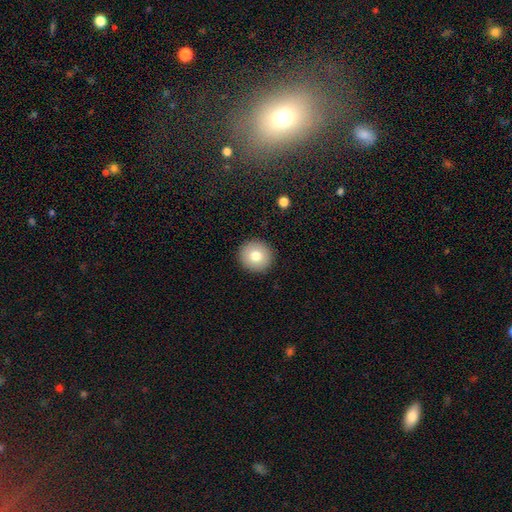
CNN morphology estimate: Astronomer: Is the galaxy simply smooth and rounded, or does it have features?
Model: smooth — 78%.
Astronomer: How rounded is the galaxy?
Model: round — 93%.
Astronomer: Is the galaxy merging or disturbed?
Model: none — 92%.